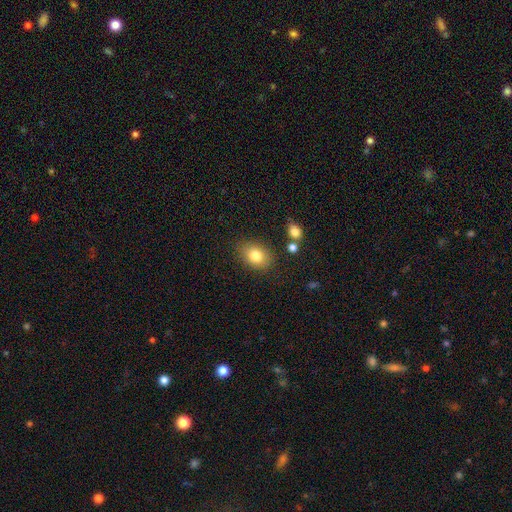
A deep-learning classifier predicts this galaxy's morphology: smooth-or-featured: smooth: 81% | featured or disk: 10% | star or artifact: 9%
  how-rounded: in between: 70% | round: 29% | cigar-shaped: 1%
  merging: none: 80% | minor disturbance: 13% | major disturbance: 3% | merger: 3%